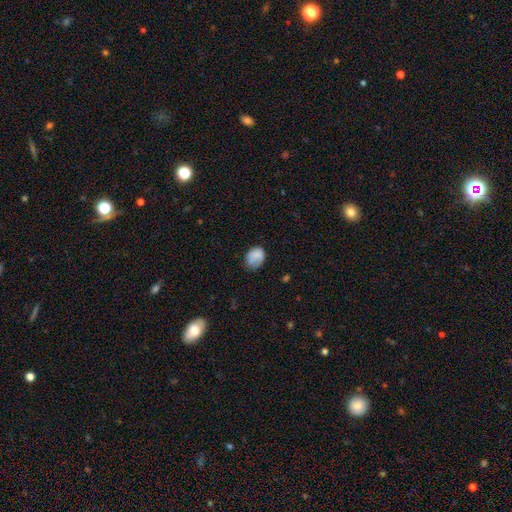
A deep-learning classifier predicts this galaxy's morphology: Overall: smooth (79%). How rounded: in between (59%; round 40%). Merging: none (57%; minor disturbance 31%).